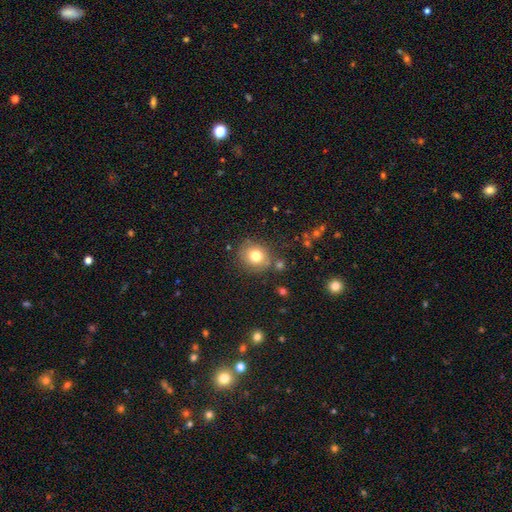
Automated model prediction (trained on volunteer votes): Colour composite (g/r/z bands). It shows a smooth galaxy with no disk features (76%) that is round (78%). Merging: none (78%).